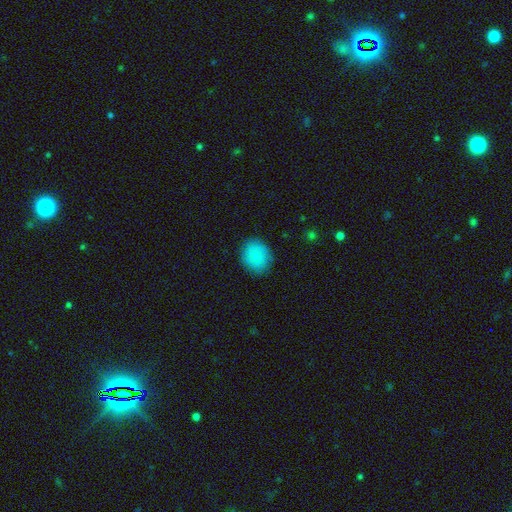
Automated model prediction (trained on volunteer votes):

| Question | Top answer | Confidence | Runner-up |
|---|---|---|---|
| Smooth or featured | smooth | 83% | featured or disk (9%) |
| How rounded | round | 70% | in between (29%) |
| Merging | none | 85% | minor disturbance (11%) |